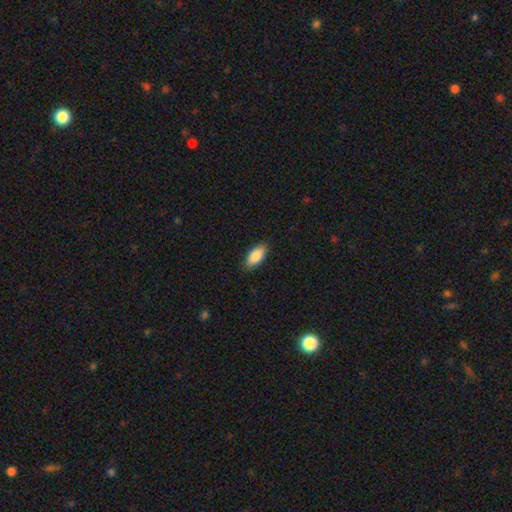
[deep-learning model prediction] Morphology: type=smooth (86%); roundness=in between (88%); merging=none (88%).